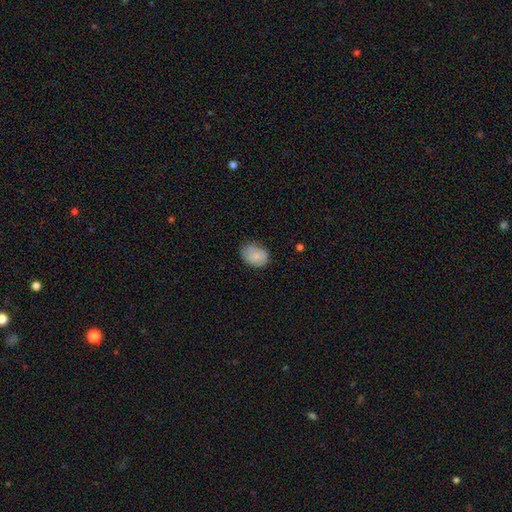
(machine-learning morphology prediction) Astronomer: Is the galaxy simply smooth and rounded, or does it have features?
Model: smooth — 79%.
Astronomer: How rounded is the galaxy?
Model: in between — 68%.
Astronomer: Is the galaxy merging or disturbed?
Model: none — 61%.